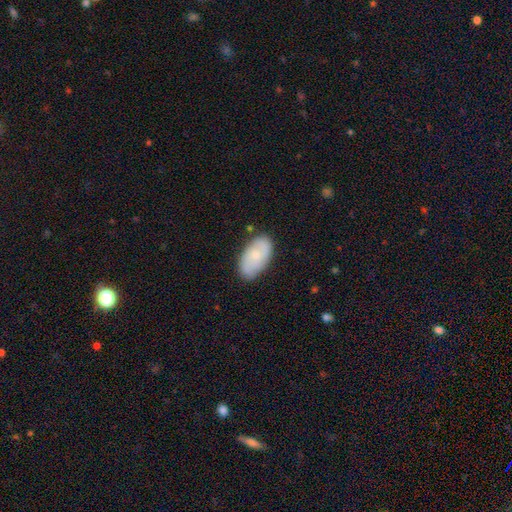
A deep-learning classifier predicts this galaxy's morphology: smooth 64%, featured or disk 30%, star or artifact 6%. Down the decision tree: how rounded — in between (94%); merging — none (79%).